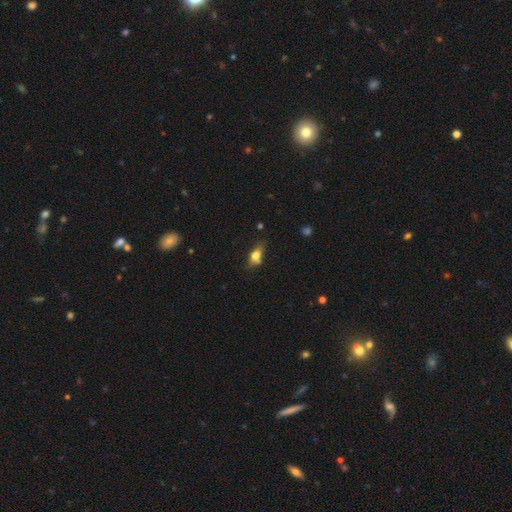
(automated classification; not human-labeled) Q: Smooth or featured?
A: smooth (73%); runner-up: featured or disk (17%)
Q: How rounded?
A: in between (76%); runner-up: round (15%)
Q: Merging?
A: none (46%); runner-up: minor disturbance (31%)